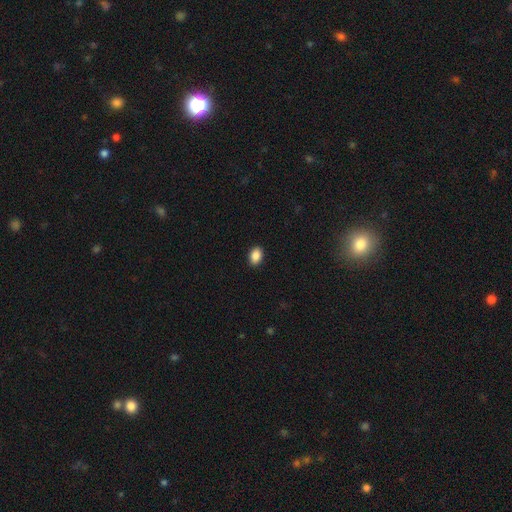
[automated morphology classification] smooth 89%, star or artifact 8%, featured or disk 3%. Down the decision tree: how rounded — in between (81%); merging — none (90%).